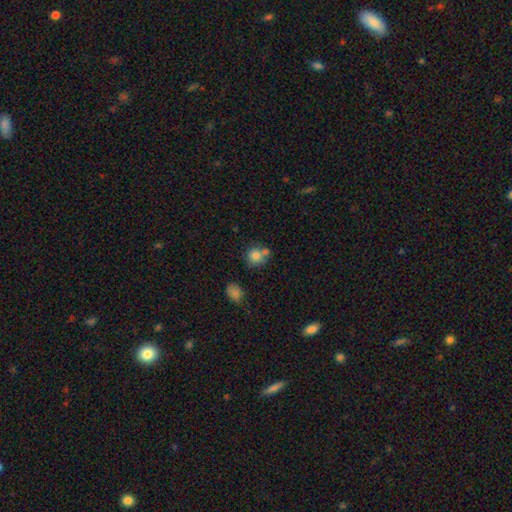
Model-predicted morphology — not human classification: smooth 79%, star or artifact 11%, featured or disk 11%. Down the decision tree: how rounded — round (84%); merging — none (53%).